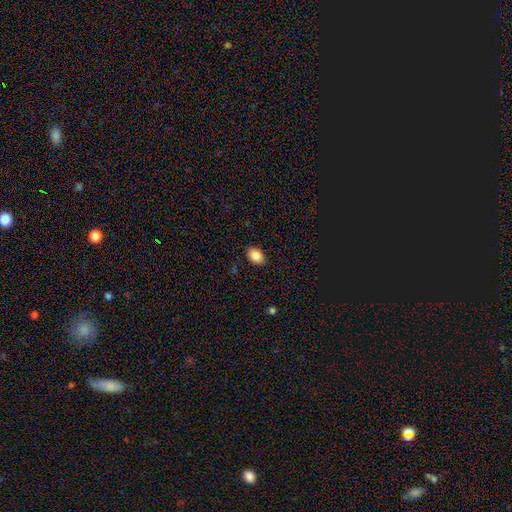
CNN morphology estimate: smooth_or_featured: smooth (p=0.87) [alt: star or artifact p=0.08]
how_rounded: in between (p=0.82) [alt: round p=0.17]
merging: none (p=0.87) [alt: minor disturbance p=0.09]